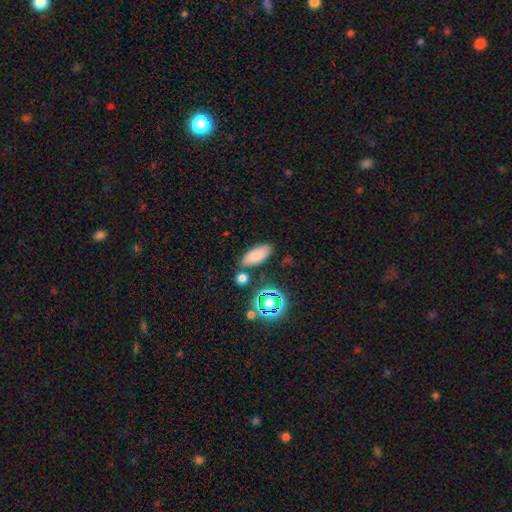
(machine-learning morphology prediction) A smooth galaxy with no disk features (79%) that is in between round and cigar-shaped (81%).

Vote fractions:
- Smooth or featured? smooth: 79% / star or artifact: 13% / featured or disk: 8%
- How rounded? in between: 81% / cigar-shaped: 16% / round: 4%
- Merging? none: 79% / minor disturbance: 11% / merger: 7% / major disturbance: 3%